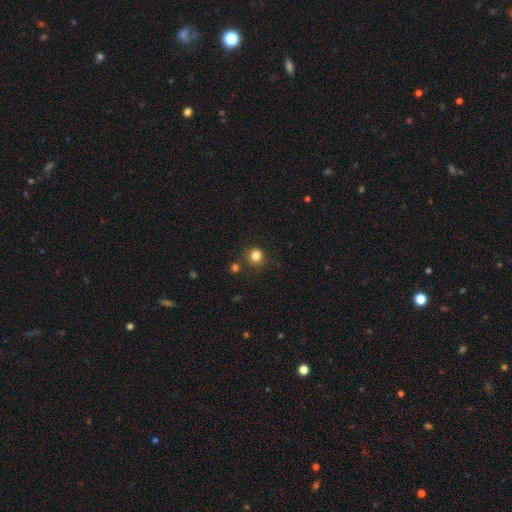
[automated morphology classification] Smooth or featured?
  - smooth: 82% *
  - star or artifact: 13%
  - featured or disk: 5%
How rounded?
  - round: 93% *
  - in between: 6%
  - cigar-shaped: 1%
Merging?
  - none: 86% *
  - minor disturbance: 7%
  - merger: 4%
  - major disturbance: 2%